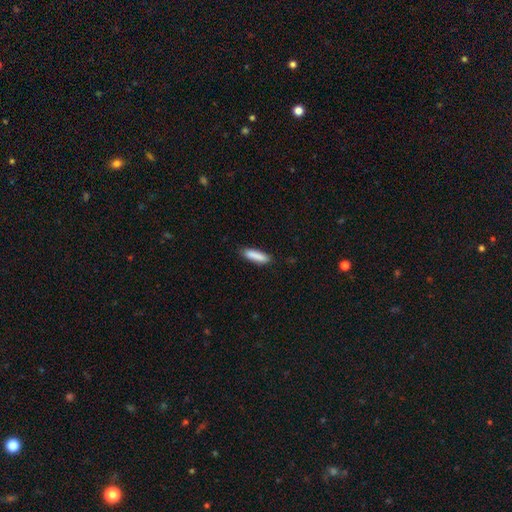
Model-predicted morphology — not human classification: The model was most divided on "how rounded": cigar-shaped: 72%, in between: 26%, round: 1%. More confident: smooth or featured — smooth (87%); merging — none (85%).